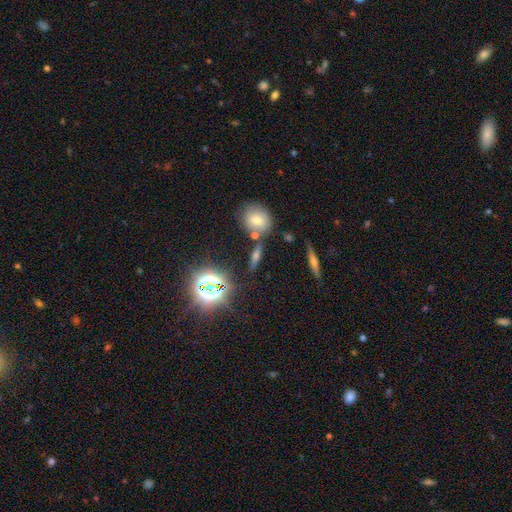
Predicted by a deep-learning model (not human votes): Morphology: type=star or artifact (38%).